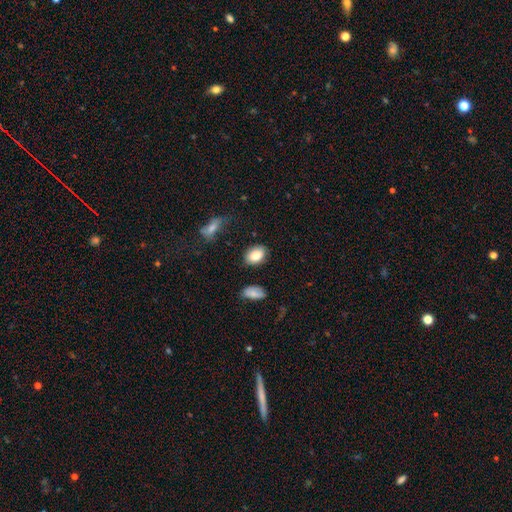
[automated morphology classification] A smooth galaxy with no disk features (83%) that is in between round and cigar-shaped (81%). Merging: none (82%).